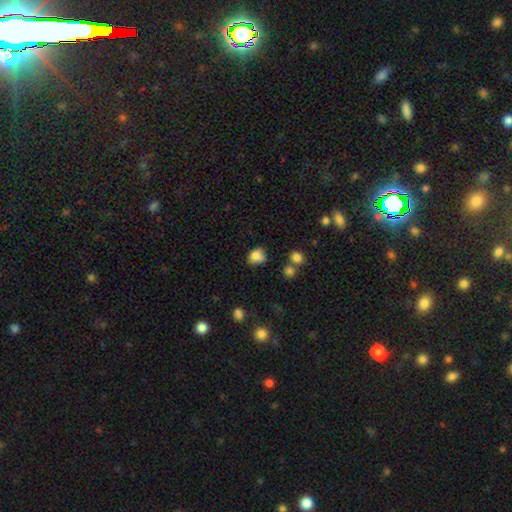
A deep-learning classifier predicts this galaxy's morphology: The model was most divided on "how rounded": round: 58%, in between: 41%, cigar-shaped: 1%. More confident: smooth or featured — smooth (82%); merging — none (58%).